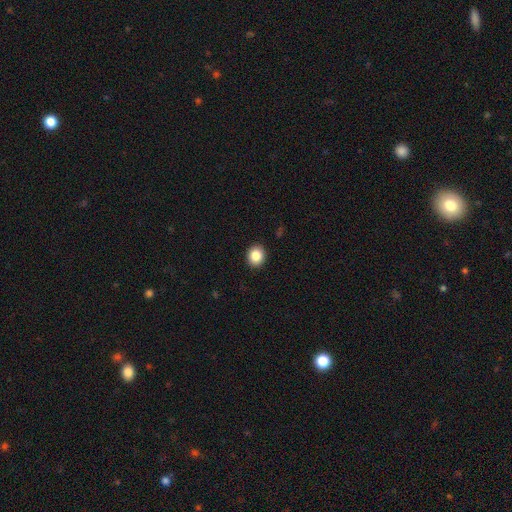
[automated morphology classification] smooth 87%, star or artifact 9%, featured or disk 4%. Down the decision tree: how rounded — round (73%); merging — none (92%).